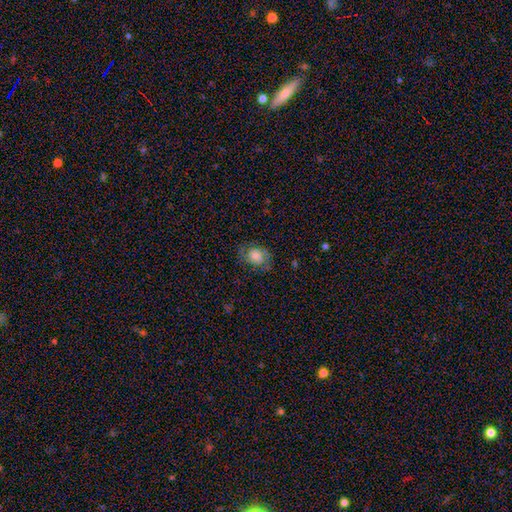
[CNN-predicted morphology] Smooth or featured: smooth — 50% (featured or disk — 40%)
Merging: none — 69% (minor disturbance — 19%)